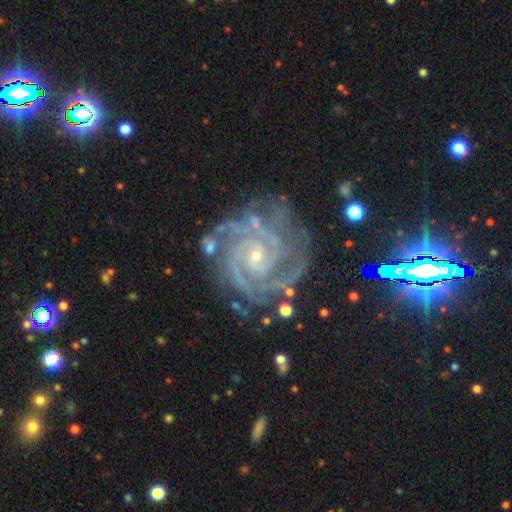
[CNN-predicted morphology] smooth_or_featured: featured or disk (p=0.91) [alt: star or artifact p=0.07]
disk_edge_on: no (p=0.98) [alt: yes p=0.02]
bar: no (p=0.63) [alt: weak p=0.26]
has_spiral_arms: yes (p=0.99) [alt: no p=0.01]
spiral_winding: tight (p=0.77) [alt: medium p=0.21]
spiral_arm_count: 2 (p=0.28) [tied with: 3 p=0.28]
bulge_size: small (p=0.77) [alt: moderate p=0.18]
merging: none (p=0.71) [alt: minor disturbance p=0.18]